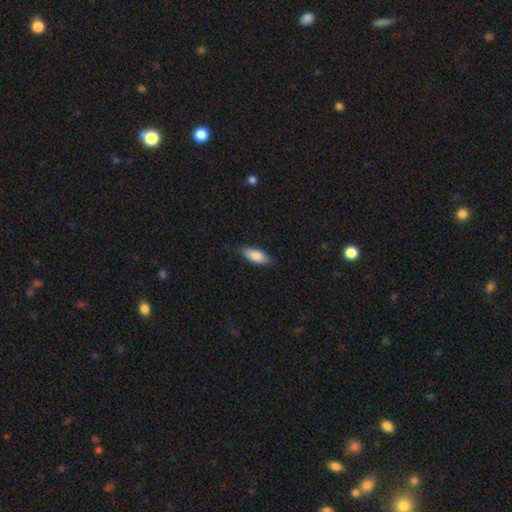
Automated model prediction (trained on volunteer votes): Smooth or featured?
  - smooth: 83% *
  - featured or disk: 11%
  - star or artifact: 6%
How rounded?
  - in between: 78% *
  - cigar-shaped: 20%
  - round: 2%
Merging?
  - none: 81% *
  - minor disturbance: 15%
  - major disturbance: 3%
  - merger: 1%